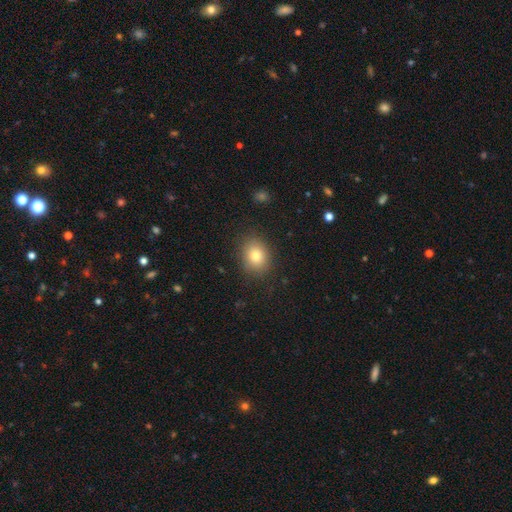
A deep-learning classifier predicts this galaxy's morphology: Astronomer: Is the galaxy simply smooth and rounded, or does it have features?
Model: smooth — 80%.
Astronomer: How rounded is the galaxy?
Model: round — 58% (runner-up: in between, 41%).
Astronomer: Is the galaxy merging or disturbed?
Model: none — 86%.